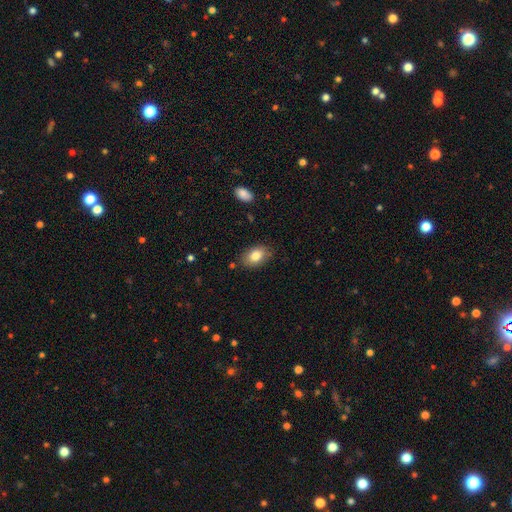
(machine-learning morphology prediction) Q: Smooth or featured?
A: smooth (81%); runner-up: featured or disk (11%)
Q: How rounded?
A: in between (86%); runner-up: round (13%)
Q: Merging?
A: none (82%); runner-up: minor disturbance (13%)